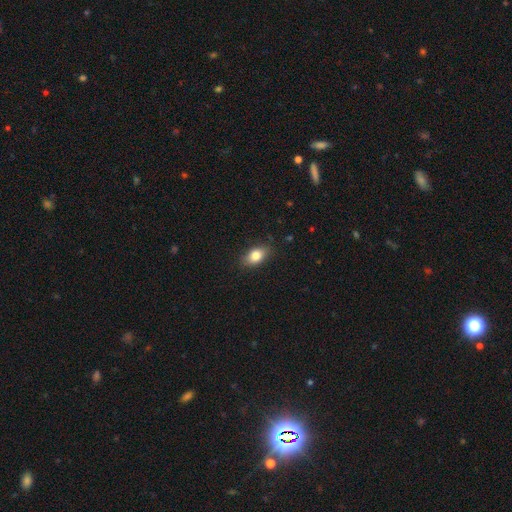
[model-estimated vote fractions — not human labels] Smooth or featured?
  - smooth: 82% *
  - featured or disk: 10%
  - star or artifact: 8%
How rounded?
  - in between: 84% *
  - round: 12%
  - cigar-shaped: 3%
Merging?
  - none: 84% *
  - minor disturbance: 13%
  - major disturbance: 3%
  - merger: 1%